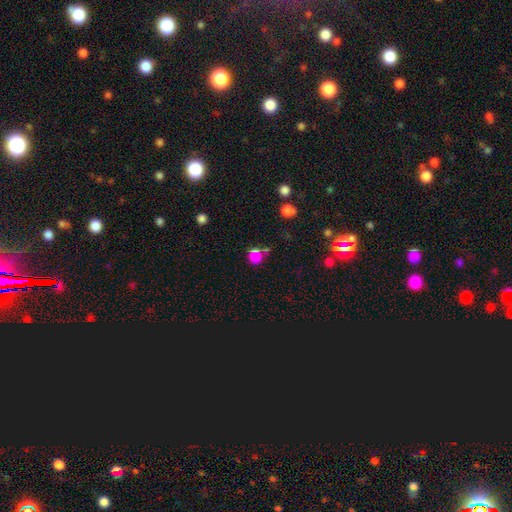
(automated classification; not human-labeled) Smooth or featured: smooth — 71% (star or artifact — 18%)
How rounded: round — 82% (in between — 17%)
Merging: none — 50% (merger — 33%)